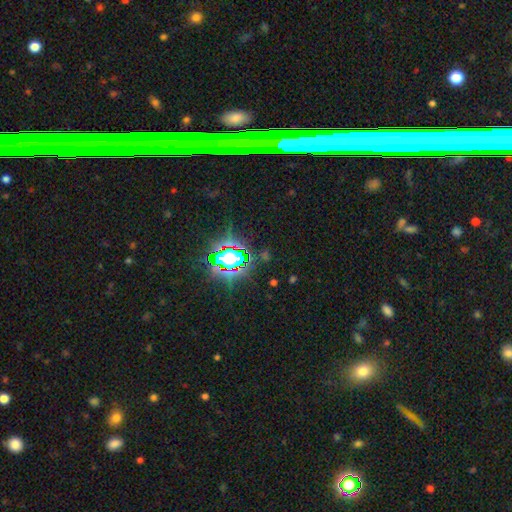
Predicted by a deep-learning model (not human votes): Overall: star or artifact (75%).